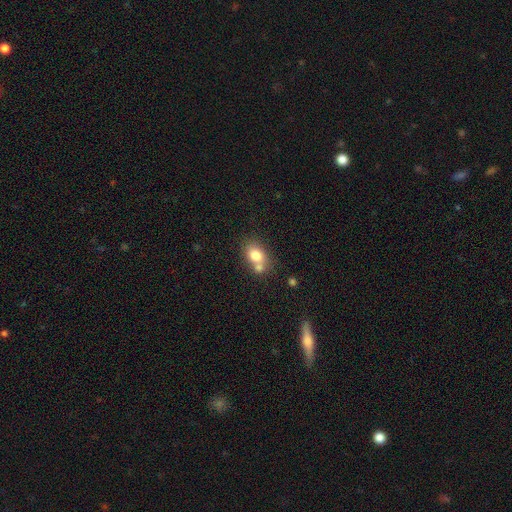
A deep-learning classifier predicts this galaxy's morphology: A smooth galaxy with no disk features (76%) that is in between round and cigar-shaped (66%). Merging: merger (43%).